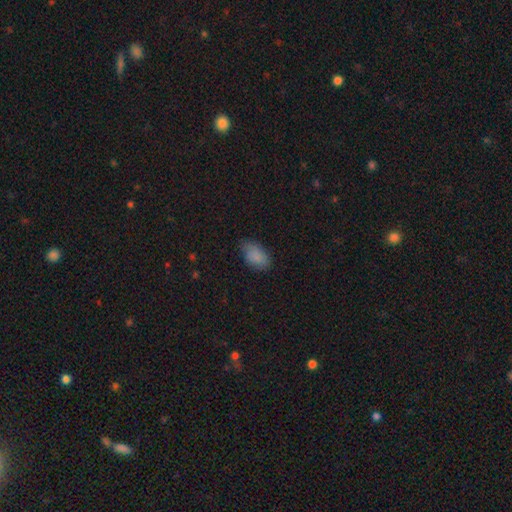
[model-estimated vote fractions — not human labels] Smooth or featured: smooth — 85% (star or artifact — 8%)
How rounded: in between — 92% (round — 6%)
Merging: none — 67% (minor disturbance — 26%)